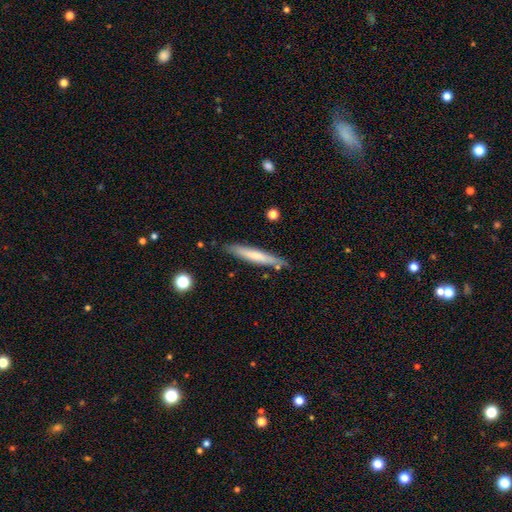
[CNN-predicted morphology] Overall: smooth (62%; featured or disk 32%). How rounded: cigar-shaped (94%). Merging: none (82%).